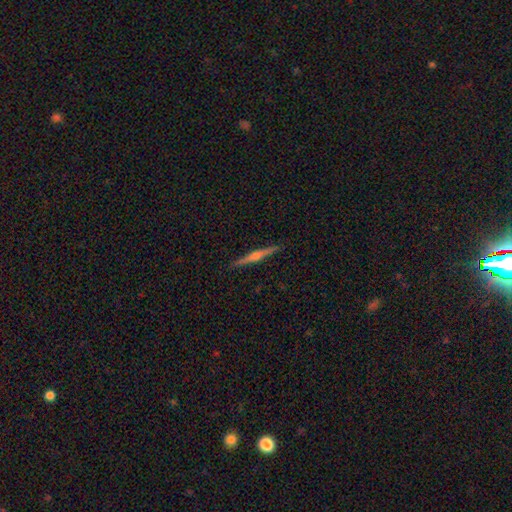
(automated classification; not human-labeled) A featured or disk galaxy (77%) viewed edge-on (98%) with a rounded central bulge (78%). Merging: none (93%).